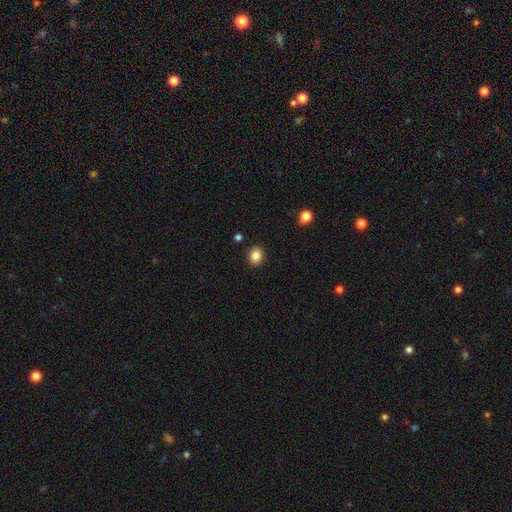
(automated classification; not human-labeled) smooth 85%, star or artifact 10%, featured or disk 5%. Down the decision tree: how rounded — round (63%); merging — none (90%).